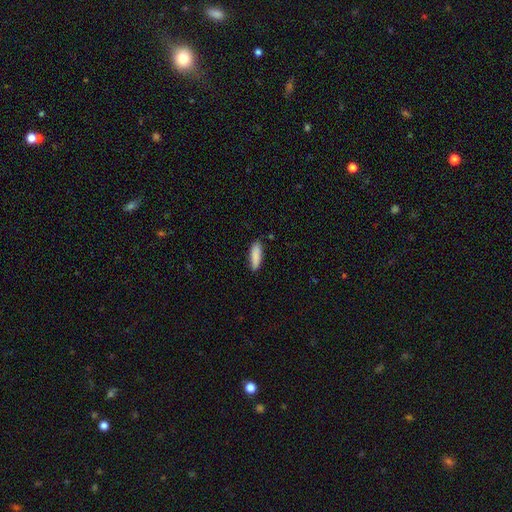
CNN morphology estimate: Smooth or featured? Predicted: smooth (p=0.88). How rounded? Predicted: cigar-shaped (p=0.50). Merging? Predicted: none (p=0.83).